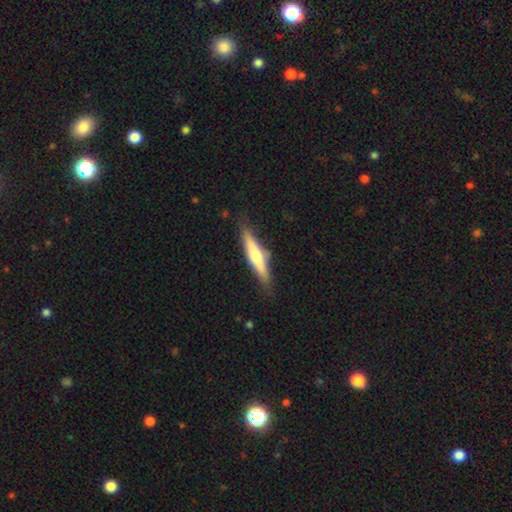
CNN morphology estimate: A featured or disk galaxy (52%) viewed edge-on (94%).

Vote fractions:
- Smooth or featured? featured or disk: 52% / smooth: 42% / star or artifact: 6%
- Edge-on disk? yes: 94% / no: 6%
- Merging? none: 83% / minor disturbance: 12% / major disturbance: 3% / merger: 2%